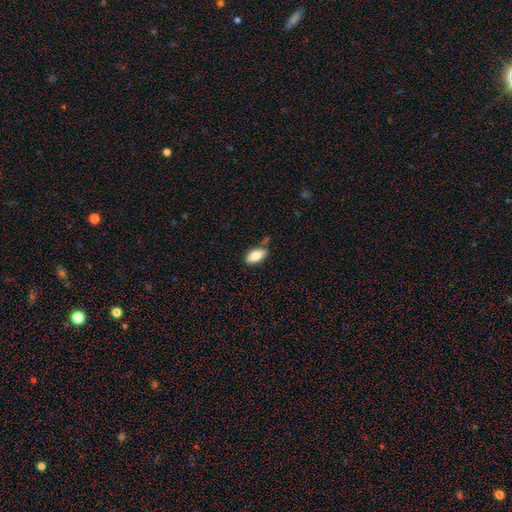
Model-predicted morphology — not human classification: Q: Smooth or featured?
A: smooth (82%); runner-up: featured or disk (11%)
Q: How rounded?
A: in between (92%); runner-up: cigar-shaped (6%)
Q: Merging?
A: none (72%); runner-up: minor disturbance (18%)